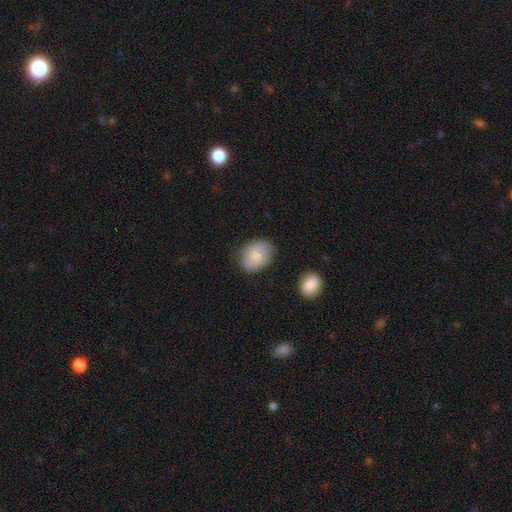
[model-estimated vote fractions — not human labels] Smooth or featured? Predicted: smooth (p=0.56). How rounded? Predicted: in between (p=0.55). Merging? Predicted: none (p=0.77).